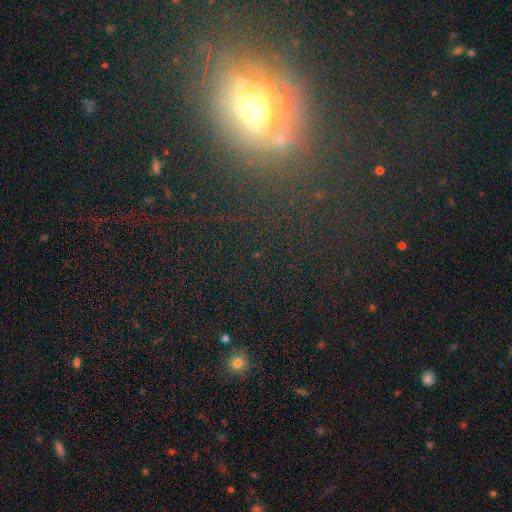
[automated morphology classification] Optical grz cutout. It shows a star or artifact, not a galaxy (39%).